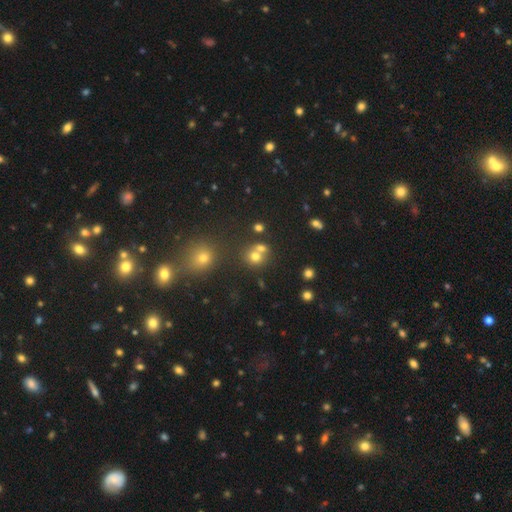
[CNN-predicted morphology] smooth 66%, star or artifact 22%, featured or disk 12%. Down the decision tree: how rounded — round (84%); merging — none (55%).